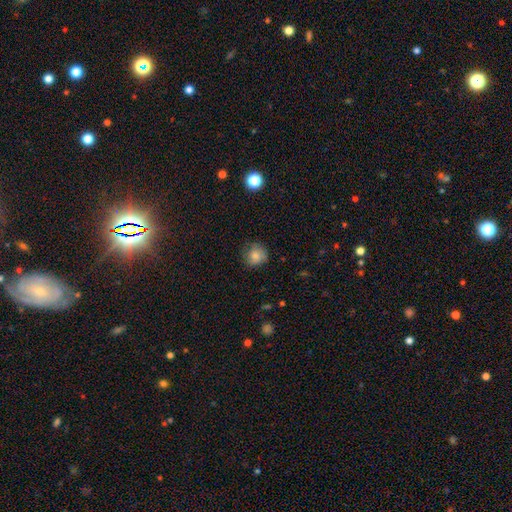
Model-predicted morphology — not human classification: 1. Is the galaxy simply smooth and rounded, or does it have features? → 80% smooth, 10% featured or disk, 10% star or artifact.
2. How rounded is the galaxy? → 85% round, 14% in between, 1% cigar-shaped.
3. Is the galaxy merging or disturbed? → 74% none, 20% minor disturbance, 5% major disturbance, 1% merger.